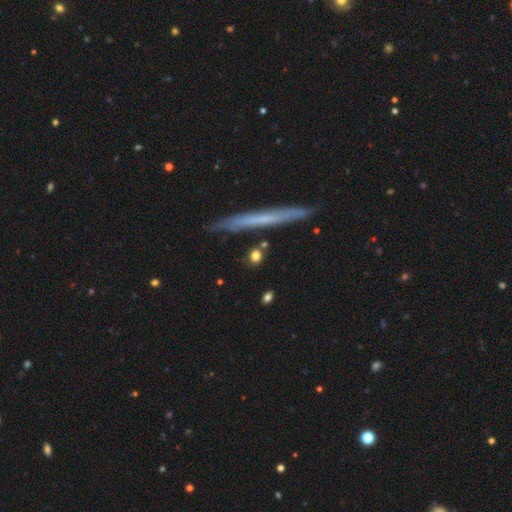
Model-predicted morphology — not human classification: The model was most divided on "how rounded": round: 55%, in between: 24%, cigar-shaped: 22%. More confident: merging — none (78%); smooth or featured — smooth (77%).